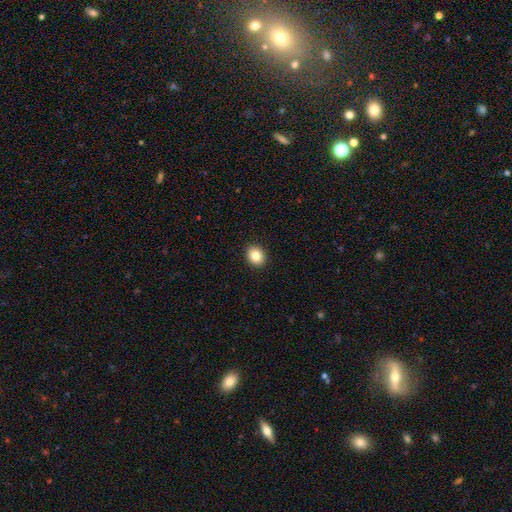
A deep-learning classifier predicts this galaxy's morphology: smooth 83%, star or artifact 10%, featured or disk 7%. Down the decision tree: how rounded — round (61%); merging — none (92%).